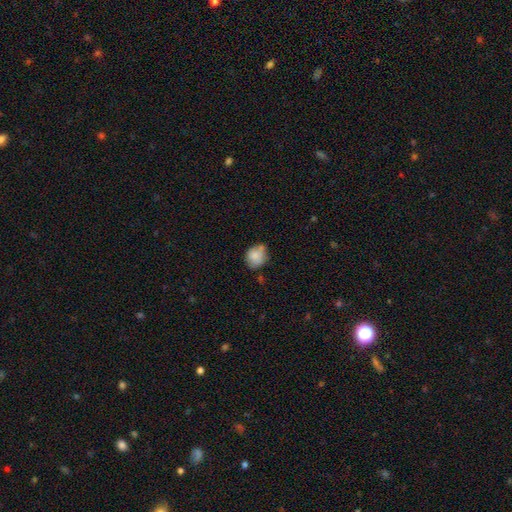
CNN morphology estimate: Smooth or featured?
  - smooth: 80% *
  - featured or disk: 12%
  - star or artifact: 8%
How rounded?
  - round: 64% *
  - in between: 35%
  - cigar-shaped: 1%
Merging?
  - none: 57% *
  - minor disturbance: 28%
  - merger: 9%
  - major disturbance: 6%